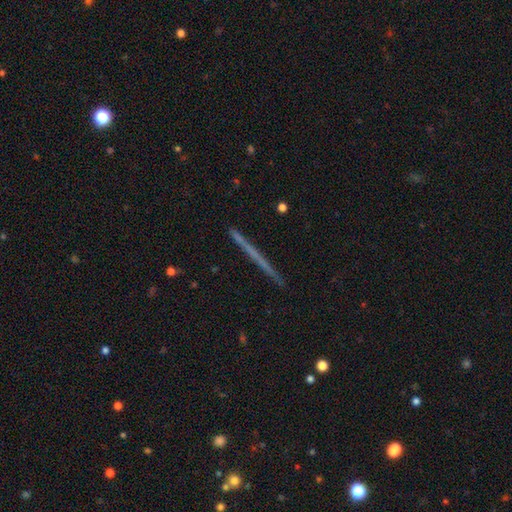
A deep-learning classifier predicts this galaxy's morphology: smooth-or-featured: featured or disk: 55% | smooth: 38% | star or artifact: 7%
  disk-edge-on: yes: 97% | no: 3%
    edge-on-bulge: none: 93% | rounded: 5% | boxy: 3%
  merging: none: 91% | minor disturbance: 6% | major disturbance: 1% | merger: 1%